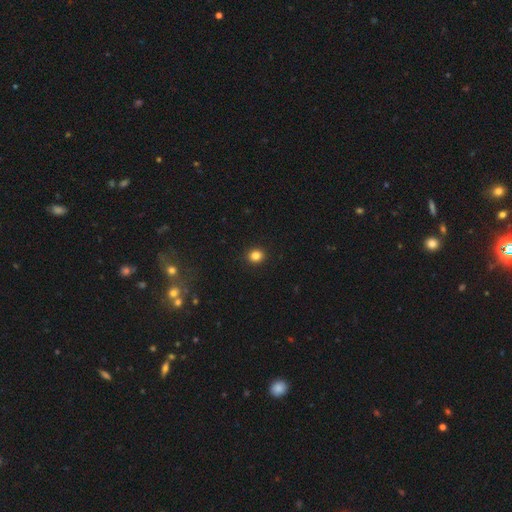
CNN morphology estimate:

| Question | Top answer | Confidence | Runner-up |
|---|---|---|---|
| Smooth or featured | smooth | 84% | star or artifact (12%) |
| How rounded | round | 84% | in between (15%) |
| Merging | none | 93% | minor disturbance (5%) |